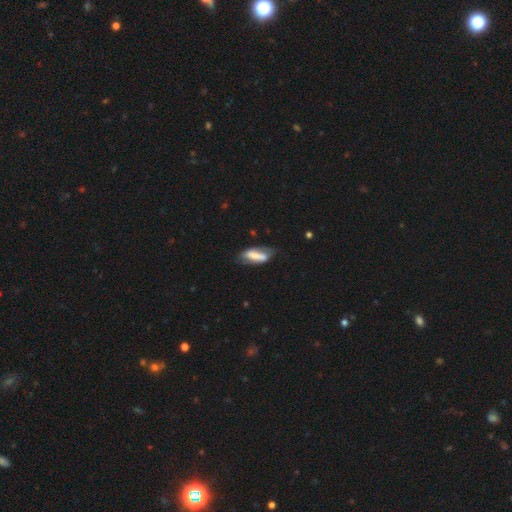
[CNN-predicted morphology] A smooth galaxy with no disk features (63%) that is in between round and cigar-shaped (68%). Merging: none (49%).